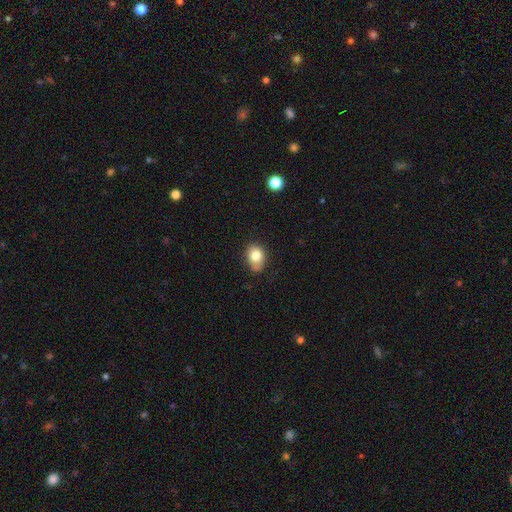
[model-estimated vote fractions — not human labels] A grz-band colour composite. It shows a smooth galaxy with no disk features (80%) that is in between round and cigar-shaped (61%). Merging: none (63%).